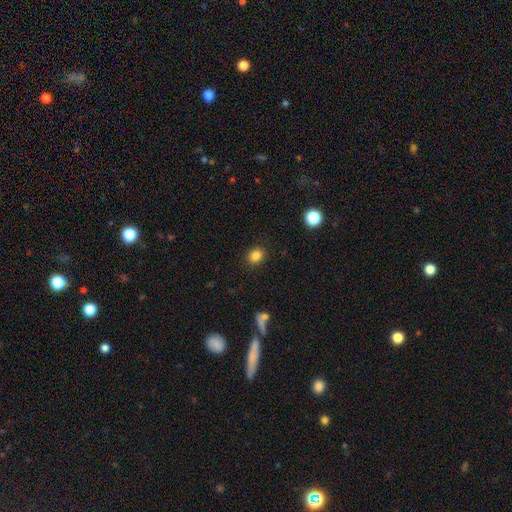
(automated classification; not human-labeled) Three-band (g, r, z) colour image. It shows a smooth galaxy with no disk features (85%) that is round (67%). Merging: none (89%).